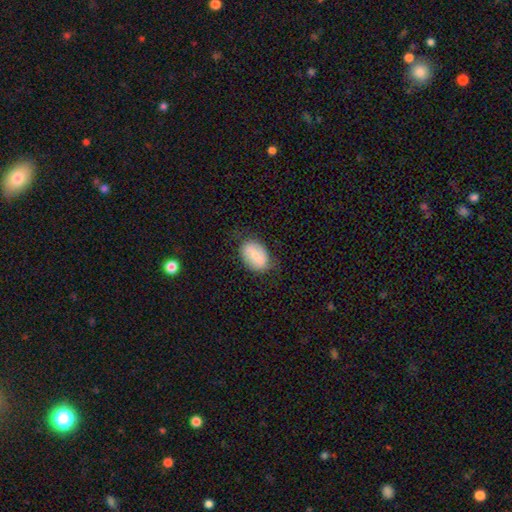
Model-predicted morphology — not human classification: Overall: smooth (61%; featured or disk 32%). How rounded: in between (84%). Merging: none (70%).